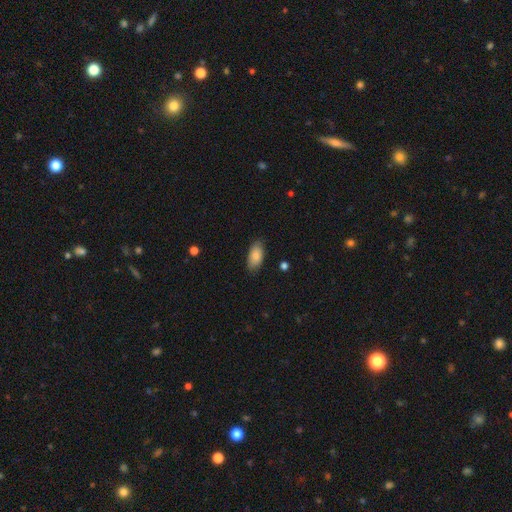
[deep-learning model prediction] Q: Smooth or featured?
A: smooth (84%); runner-up: featured or disk (9%)
Q: How rounded?
A: in between (92%); runner-up: cigar-shaped (5%)
Q: Merging?
A: none (83%); runner-up: minor disturbance (14%)